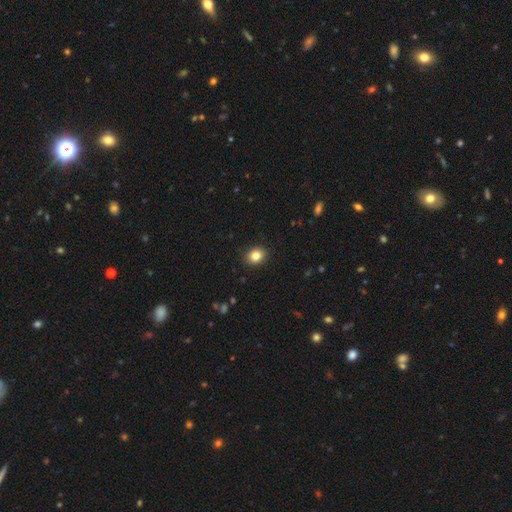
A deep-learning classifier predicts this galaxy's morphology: Smooth or featured? smooth (83%)
How rounded? in between (50%, tied with round)
Merging? none (90%)